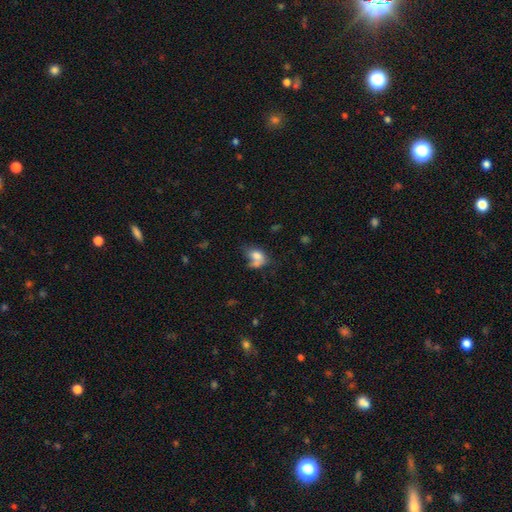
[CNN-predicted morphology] smooth_or_featured: smooth (p=0.73) [alt: featured or disk p=0.17]
how_rounded: in between (p=0.78) [alt: round p=0.20]
merging: merger (p=0.38) [alt: none p=0.28]